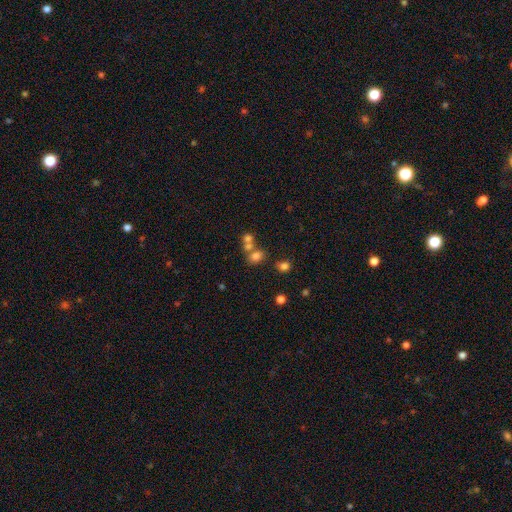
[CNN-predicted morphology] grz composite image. It shows a smooth galaxy with no disk features (61%) that is round (58%). Merging: none (48%).